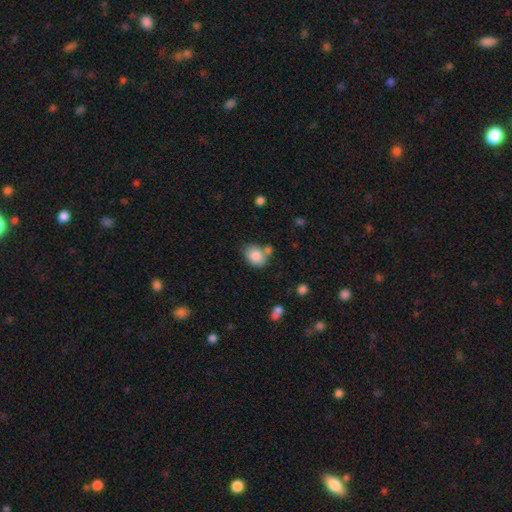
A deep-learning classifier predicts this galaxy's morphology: Smooth or featured: smooth — 84% (star or artifact — 8%)
How rounded: in between — 62% (round — 37%)
Merging: none — 60% (minor disturbance — 18%)